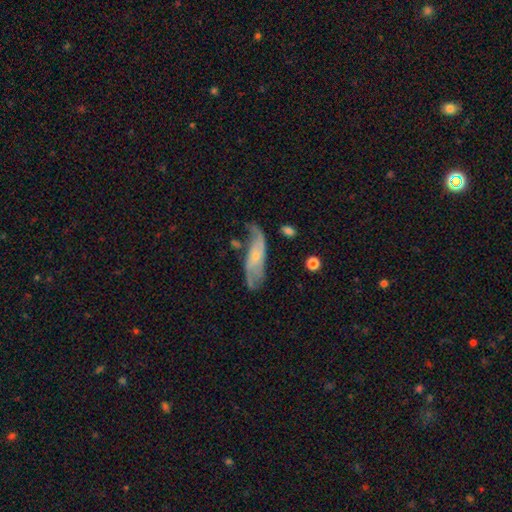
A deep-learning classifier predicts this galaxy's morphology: Overall: featured or disk (64%; smooth 30%). Edge-on disk: no (84%). Bar: no (66%). Spiral arms: yes (82%). Bulge size: small (73%). Merging: none (48%; minor disturbance 28%).